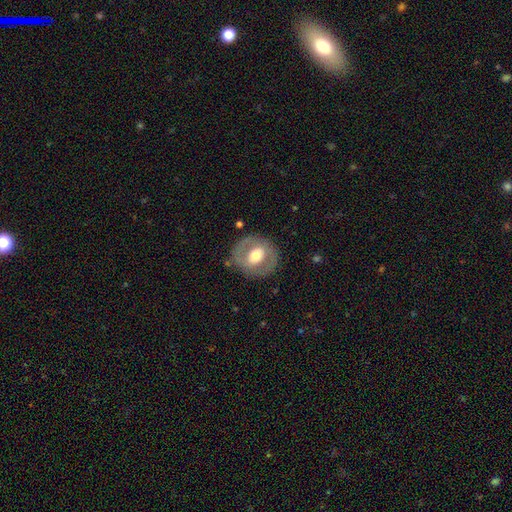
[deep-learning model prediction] Smooth or featured?
  - featured or disk: 56% *
  - smooth: 38%
  - star or artifact: 6%
Edge-on disk?
  - no: 95% *
  - yes: 5%
Bar?
  - no: 44% *
  - weak: 36%
  - strong: 21%
Spiral arms?
  - no: 63% *
  - yes: 37%
Bulge size?
  - moderate: 64% *
  - large: 23%
  - small: 9%
  - dominant: 2%
  - none: 1%
Merging?
  - none: 80% *
  - minor disturbance: 12%
  - major disturbance: 6%
  - merger: 1%